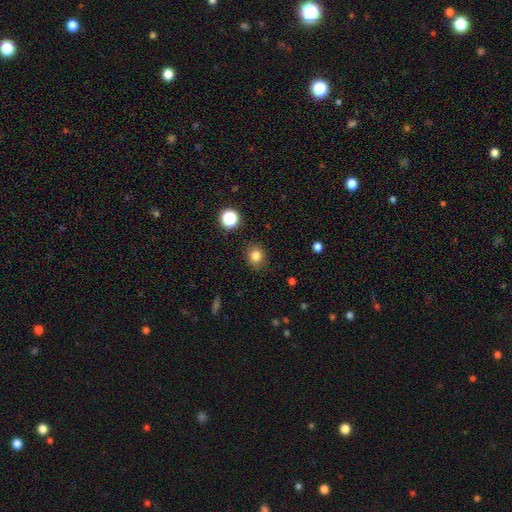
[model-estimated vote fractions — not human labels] Morphology: type=smooth (82%); roundness=round (72%); merging=none (86%).